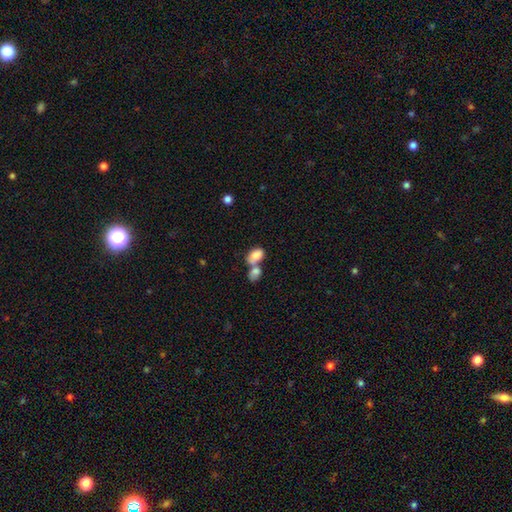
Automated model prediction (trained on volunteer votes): Smooth or featured?
  - smooth: 81% *
  - featured or disk: 11%
  - star or artifact: 8%
How rounded?
  - in between: 88% *
  - round: 11%
  - cigar-shaped: 2%
Merging?
  - merger: 66% *
  - none: 21%
  - minor disturbance: 8%
  - major disturbance: 5%